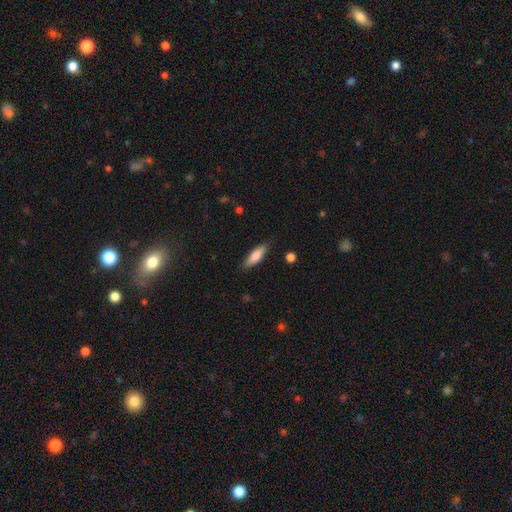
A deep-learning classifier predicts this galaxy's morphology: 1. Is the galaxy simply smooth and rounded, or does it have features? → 74% smooth, 20% featured or disk, 6% star or artifact.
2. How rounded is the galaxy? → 54% cigar-shaped, 44% in between, 2% round.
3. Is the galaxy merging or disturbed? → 85% none, 11% minor disturbance, 2% major disturbance, 1% merger.